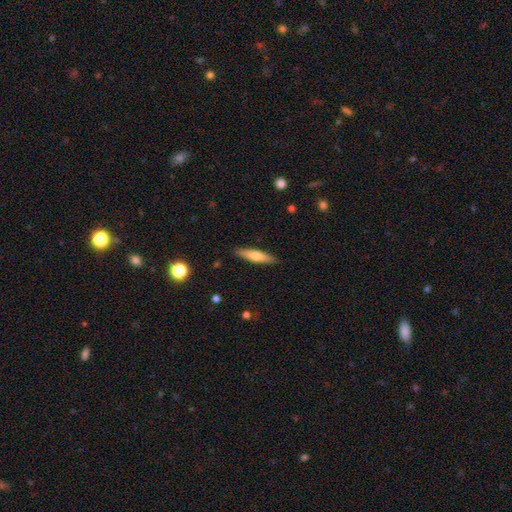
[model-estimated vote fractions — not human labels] smooth-or-featured: smooth: 65% | featured or disk: 29% | star or artifact: 6%
  how-rounded: cigar-shaped: 79% | in between: 20% | round: 2%
  merging: none: 89% | minor disturbance: 8% | major disturbance: 2% | merger: 1%